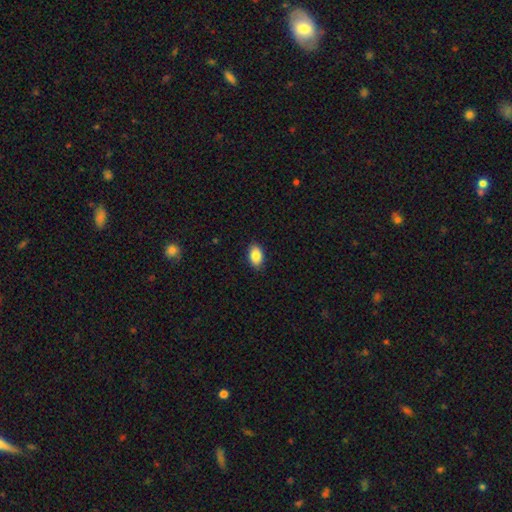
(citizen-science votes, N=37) Smooth or featured: smooth — 84% (featured or disk — 11%)
How rounded: in between — 94% (round — 6%)
Merging: none — 77% (minor disturbance — 17%)